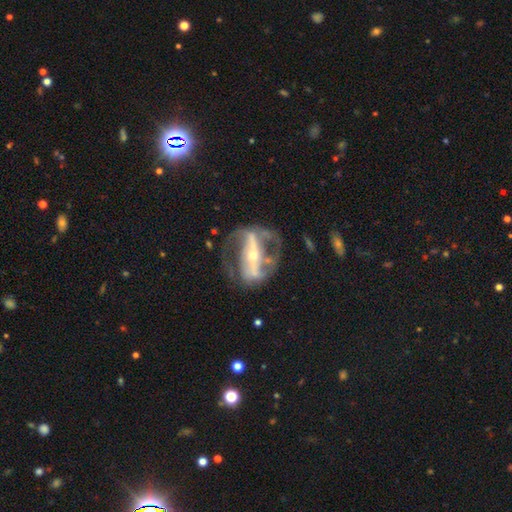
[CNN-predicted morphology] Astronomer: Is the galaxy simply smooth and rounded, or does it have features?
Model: featured or disk — 87%.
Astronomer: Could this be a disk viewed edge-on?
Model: no — 87%.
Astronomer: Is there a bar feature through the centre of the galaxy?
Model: strong — 77%.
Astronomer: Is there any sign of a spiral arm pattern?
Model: yes — 76%.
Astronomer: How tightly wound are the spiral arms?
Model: medium — 42% (runner-up: loose, 30%).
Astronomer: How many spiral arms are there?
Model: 2 — 82%.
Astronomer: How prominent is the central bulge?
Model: small — 63%.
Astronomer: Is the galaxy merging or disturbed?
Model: none — 57%.